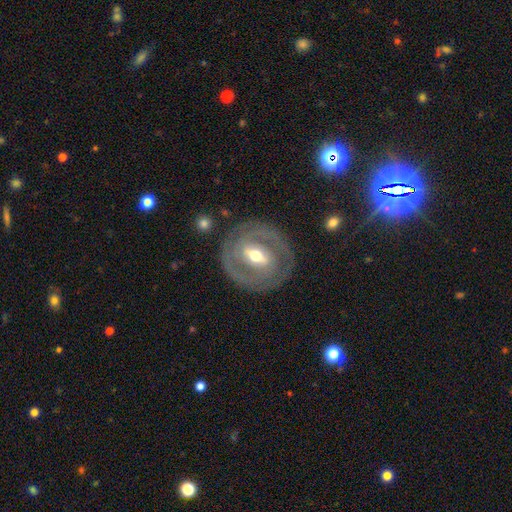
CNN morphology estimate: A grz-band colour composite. It shows a featured or disk galaxy (77%) with a strong bar (47%), spiral arms (61%) and a moderate central bulge (62%). Merging: none (78%).